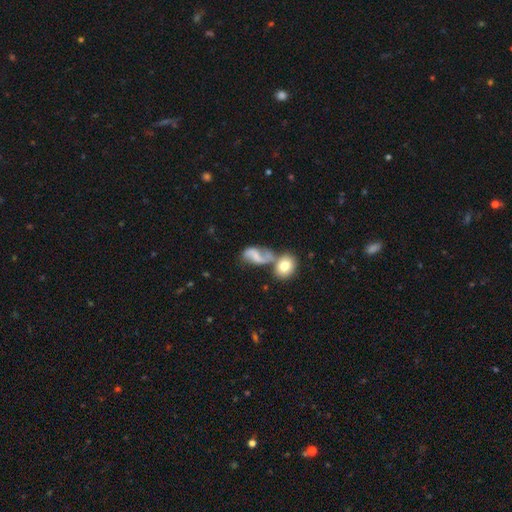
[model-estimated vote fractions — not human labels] Smooth or featured? Predicted: featured or disk (p=0.60). Edge-on disk? Predicted: no (p=0.96). Bar? Predicted: no (p=0.42). Spiral arms? Predicted: yes (p=0.85). Bulge size? Predicted: none (p=0.37). Merging? Predicted: merger (p=0.37).